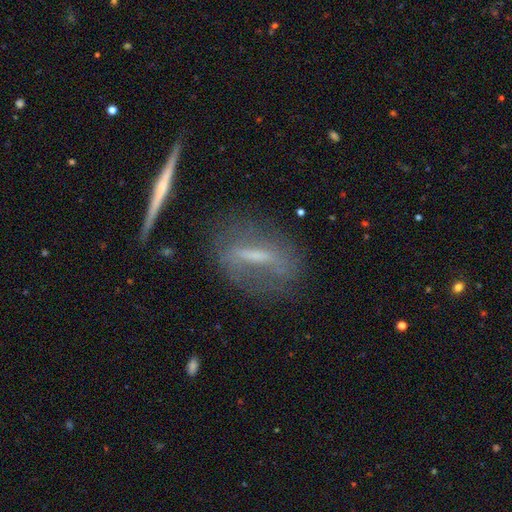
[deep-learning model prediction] A featured or disk galaxy (59%). Merging: none (64%).